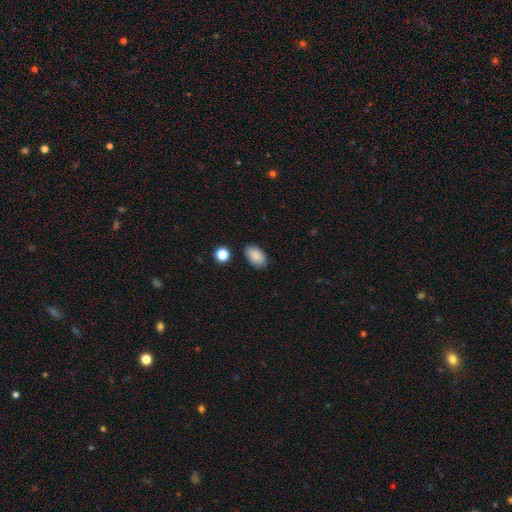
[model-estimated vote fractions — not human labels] smooth 88%, star or artifact 8%, featured or disk 4%. Down the decision tree: how rounded — in between (92%); merging — none (85%).